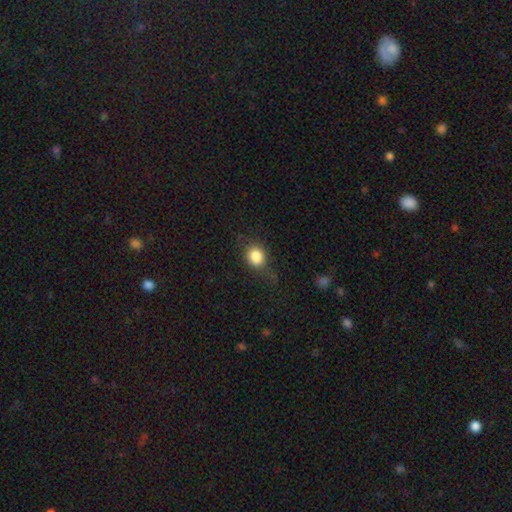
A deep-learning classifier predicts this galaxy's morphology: Smooth or featured? Predicted: smooth (p=0.82). How rounded? Predicted: round (p=0.67). Merging? Predicted: none (p=0.63).